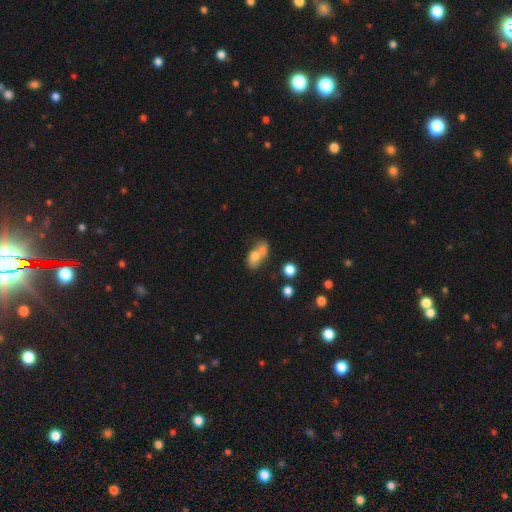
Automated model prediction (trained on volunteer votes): smooth-or-featured: smooth: 69% | featured or disk: 20% | star or artifact: 11%
  how-rounded: in between: 68% | round: 28% | cigar-shaped: 4%
  merging: merger: 62% | none: 23% | minor disturbance: 9% | major disturbance: 6%